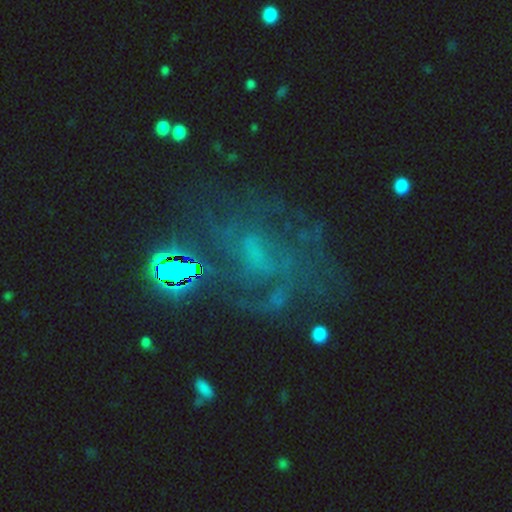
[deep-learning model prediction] featured or disk 49%, star or artifact 34%, smooth 16%. Down the decision tree: merging — none (52%).